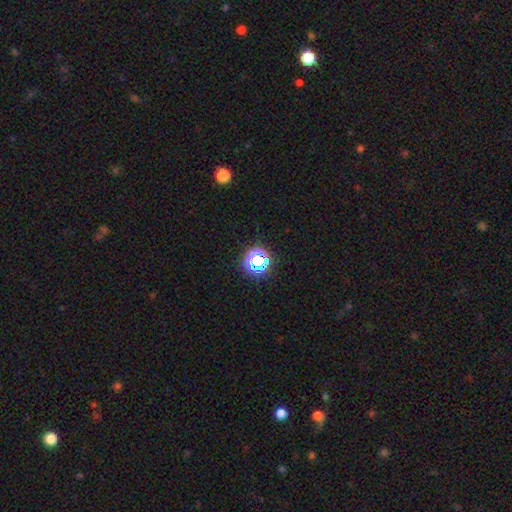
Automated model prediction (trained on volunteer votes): star or artifact 66%, smooth 25%, featured or disk 10%.